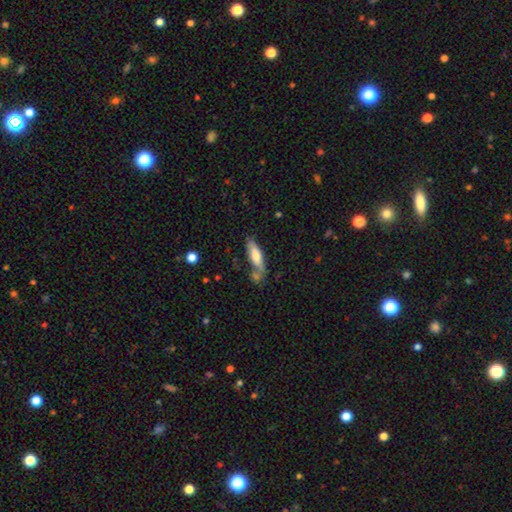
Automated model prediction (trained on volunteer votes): smooth-or-featured: smooth: 70% | featured or disk: 24% | star or artifact: 6%
  how-rounded: cigar-shaped: 53% | in between: 45% | round: 2%
  merging: none: 51% | minor disturbance: 21% | merger: 21% | major disturbance: 8%